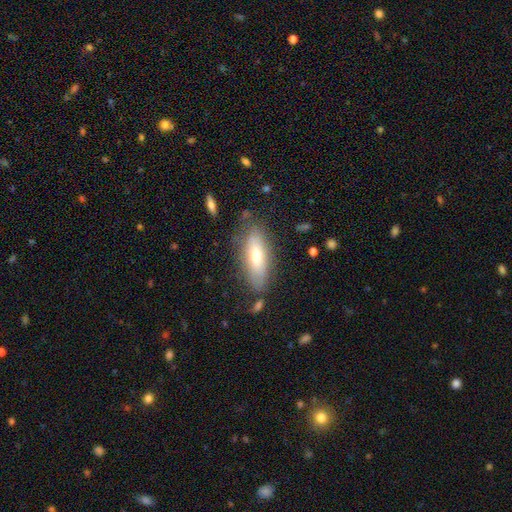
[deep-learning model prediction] The model was most divided on "smooth or featured": smooth: 62%, featured or disk: 31%, star or artifact: 7%. More confident: merging — none (76%); how rounded — in between (65%).